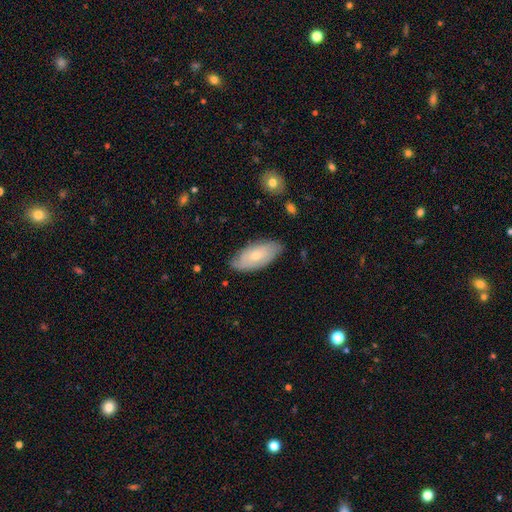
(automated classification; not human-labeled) This appears to be a smooth galaxy with no disk features (48%). Merging: none (74%).